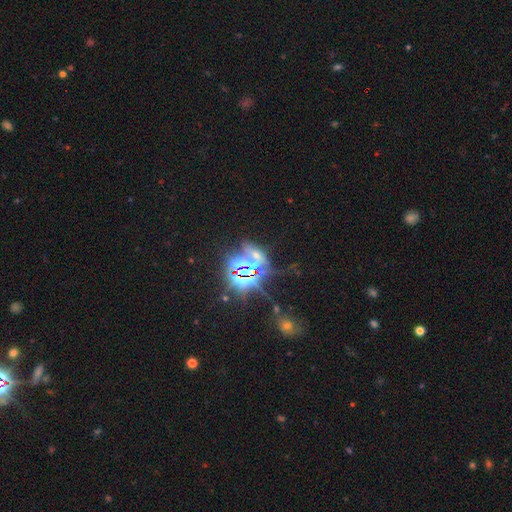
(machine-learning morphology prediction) Overall: star or artifact (68%).